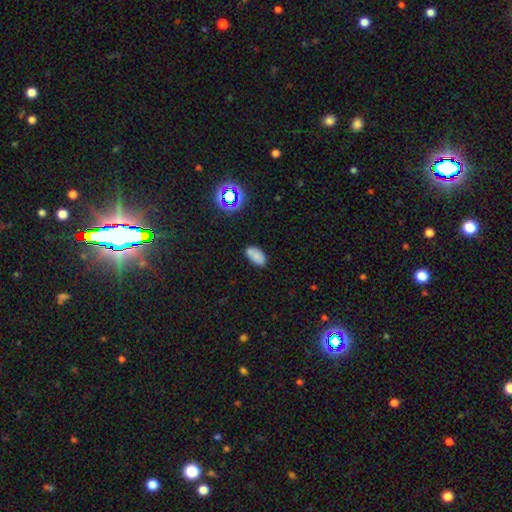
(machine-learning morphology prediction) A smooth galaxy with no disk features (77%) that is in between round and cigar-shaped (93%).

Vote fractions:
- Smooth or featured? smooth: 77% / star or artifact: 14% / featured or disk: 10%
- How rounded? in between: 93% / round: 5% / cigar-shaped: 2%
- Merging? none: 66% / minor disturbance: 19% / merger: 11% / major disturbance: 5%